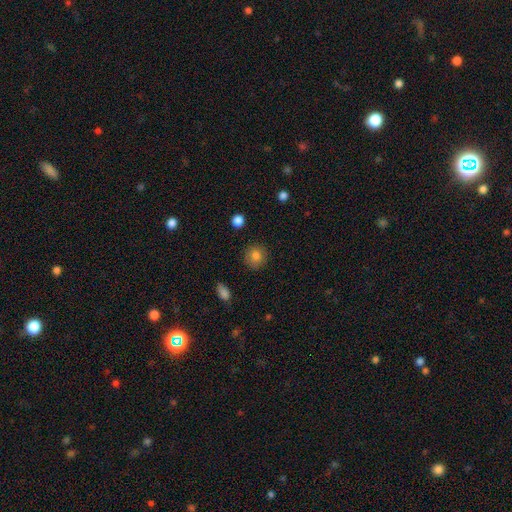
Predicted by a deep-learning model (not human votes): Smooth or featured? smooth (83%)
How rounded? round (88%)
Merging? none (87%)